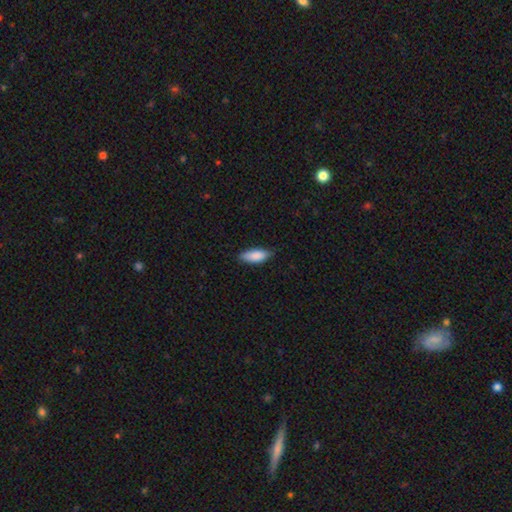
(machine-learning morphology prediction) The model was most divided on "how rounded": in between: 78%, cigar-shaped: 20%, round: 2%. More confident: smooth or featured — smooth (87%); merging — none (78%).